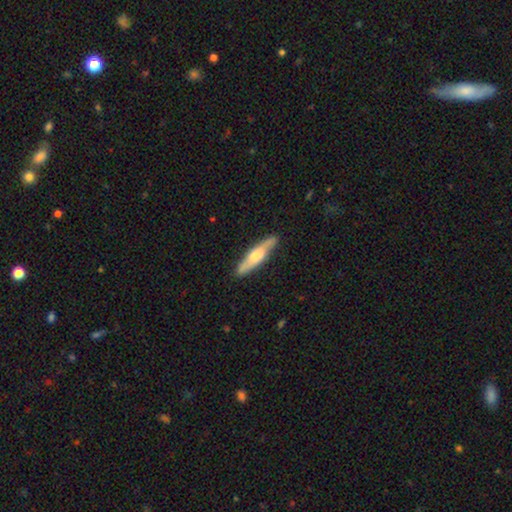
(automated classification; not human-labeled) smooth-or-featured: featured or disk: 51% | smooth: 44% | star or artifact: 5%
  disk-edge-on: yes: 82% | no: 18%
  merging: none: 87% | minor disturbance: 10% | major disturbance: 2% | merger: 1%